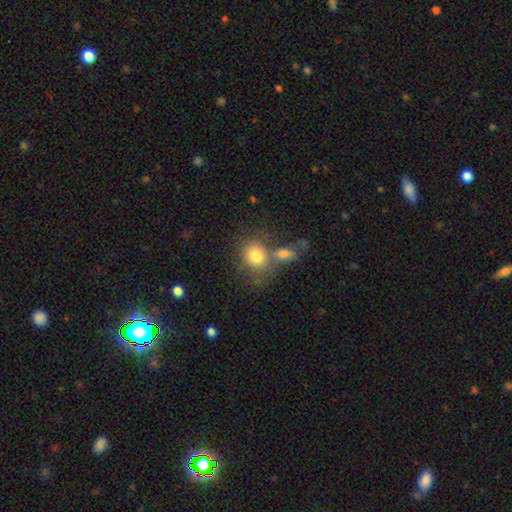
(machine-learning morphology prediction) Smooth or featured? smooth (78%)
How rounded? round (63%)
Merging? none (51%)